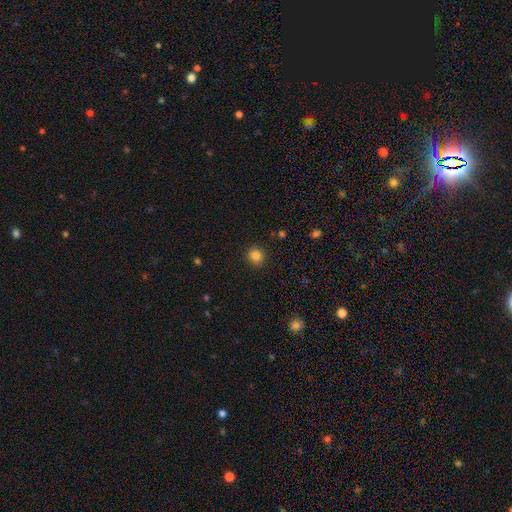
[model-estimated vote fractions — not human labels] Overall: smooth (84%). How rounded: round (88%). Merging: none (91%).